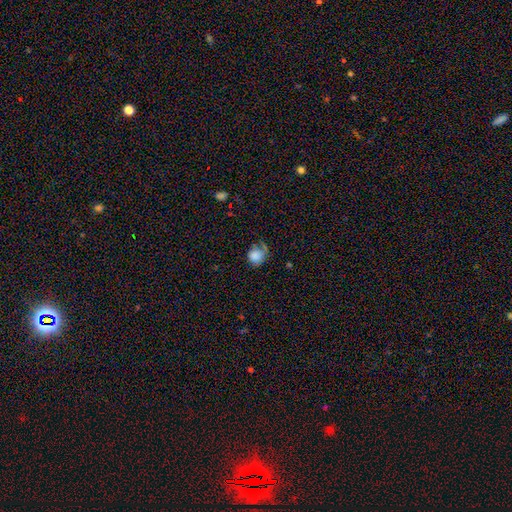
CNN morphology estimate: The model was most divided on "merging": none: 40%, minor disturbance: 32%, major disturbance: 24%, merger: 4%. More confident: smooth or featured — smooth (80%); how rounded — round (76%).